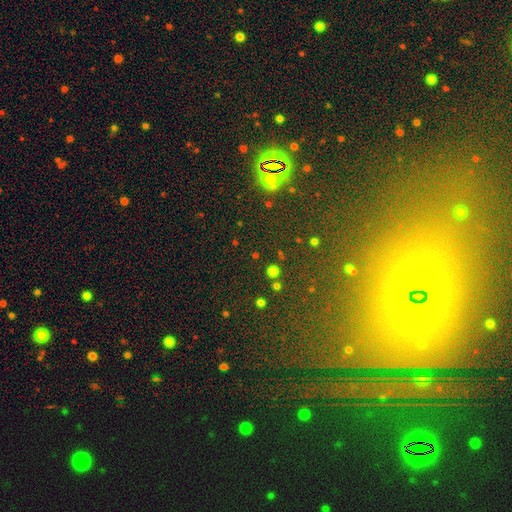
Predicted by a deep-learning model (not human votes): Smooth or featured: star or artifact — 65% (smooth — 24%)